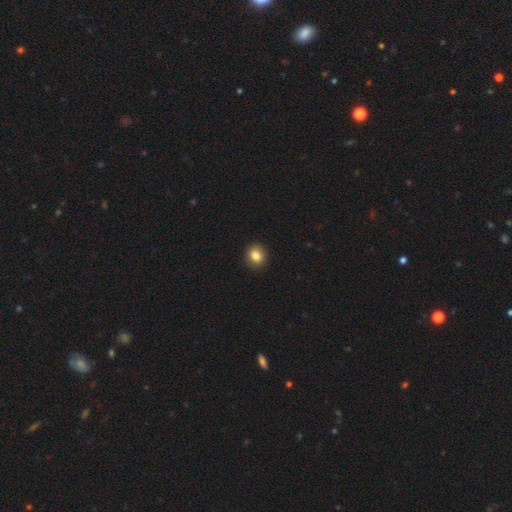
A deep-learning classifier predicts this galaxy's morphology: Overall: smooth (85%). How rounded: round (72%). Merging: none (91%).